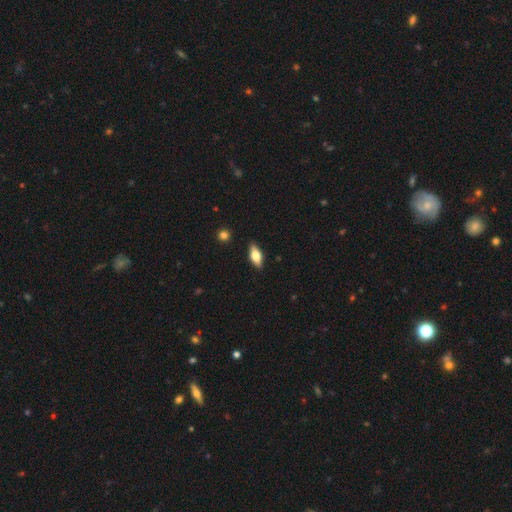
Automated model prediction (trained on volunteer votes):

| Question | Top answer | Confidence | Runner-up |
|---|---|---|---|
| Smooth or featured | smooth | 57% | featured or disk (36%) |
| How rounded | in between | 76% | cigar-shaped (20%) |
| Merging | none | 88% | minor disturbance (9%) |